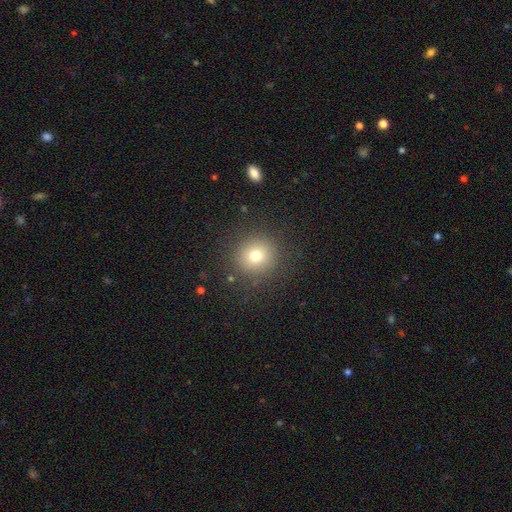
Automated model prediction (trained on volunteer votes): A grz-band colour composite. It shows a smooth galaxy with no disk features (75%) that is round (92%). Merging: none (88%).